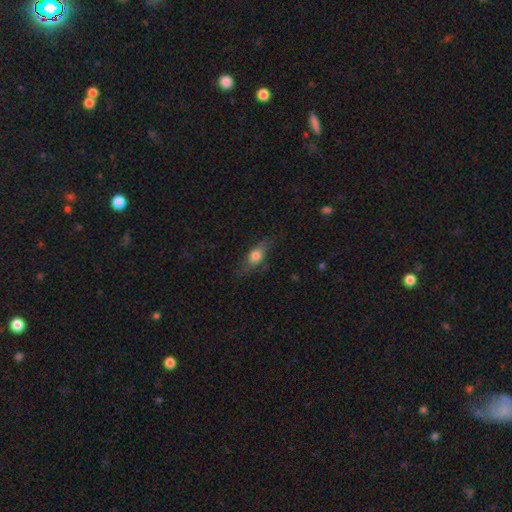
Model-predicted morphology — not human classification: Smooth or featured? Predicted: smooth (p=0.65). How rounded? Predicted: in between (p=0.66). Merging? Predicted: none (p=0.66).